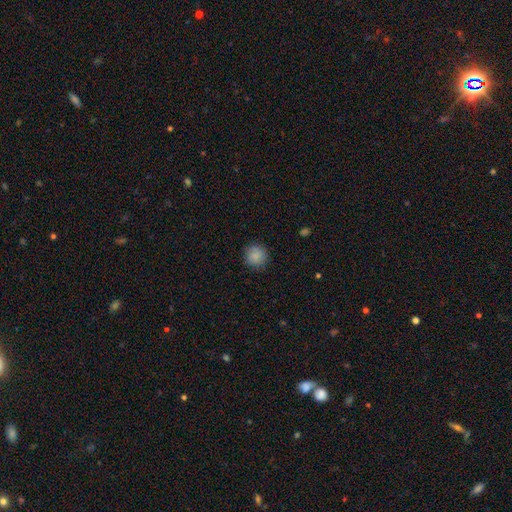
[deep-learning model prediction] Smooth or featured: smooth — 87% (star or artifact — 9%)
How rounded: round — 93% (in between — 6%)
Merging: none — 88% (minor disturbance — 8%)